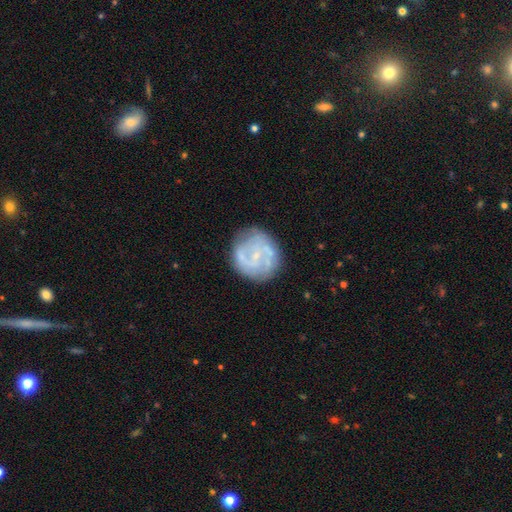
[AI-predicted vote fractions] featured or disk 70%, smooth 23%, star or artifact 7%. Down the decision tree: edge-on disk — no (98%); bar — no (56%); spiral arms — yes (73%); spiral arm count — 2 (43%); spiral winding — medium (39%); bulge size — small (74%); merging — none (73%).